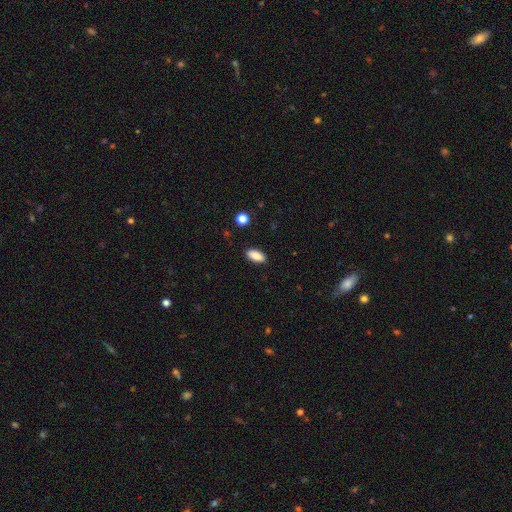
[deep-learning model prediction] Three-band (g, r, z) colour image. It shows a smooth galaxy with no disk features (88%) that is in between round and cigar-shaped (88%). Merging: none (89%).